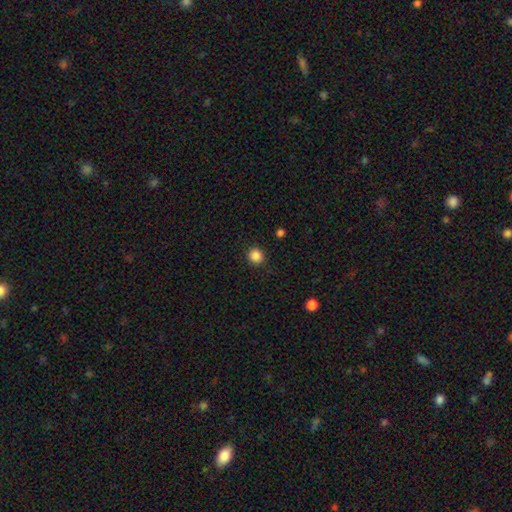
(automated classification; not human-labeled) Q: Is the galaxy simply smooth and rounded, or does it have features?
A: smooth — 86%.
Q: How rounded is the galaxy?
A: round — 91%.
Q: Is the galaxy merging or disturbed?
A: none — 91%.